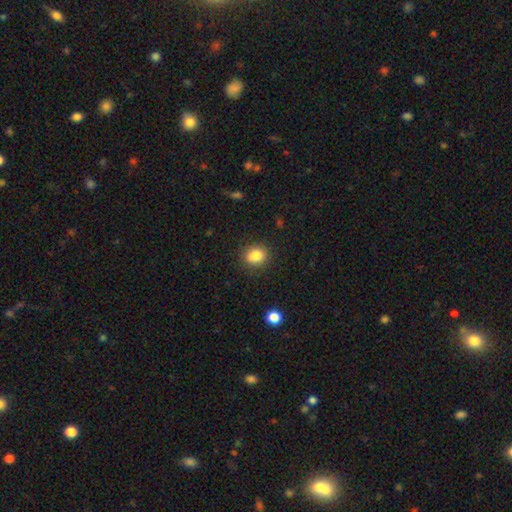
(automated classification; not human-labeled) A smooth galaxy with no disk features (86%) that is round (52%).

Vote fractions:
- Smooth or featured? smooth: 86% / star or artifact: 10% / featured or disk: 5%
- How rounded? round: 52% / in between: 47% / cigar-shaped: 1%
- Merging? none: 86% / minor disturbance: 10% / major disturbance: 3% / merger: 1%